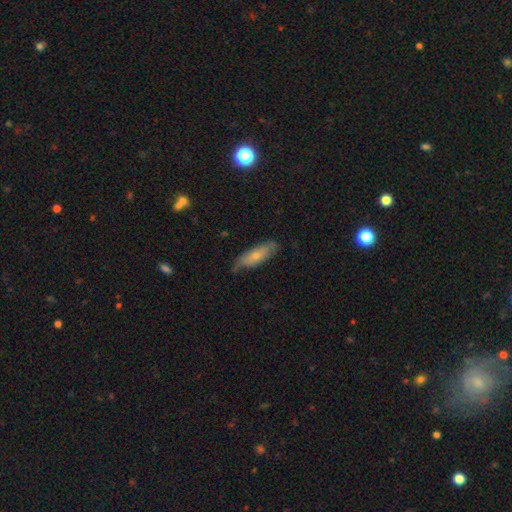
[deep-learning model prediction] Smooth or featured: smooth — 63% (featured or disk — 31%)
How rounded: in between — 52% (cigar-shaped — 46%)
Merging: none — 65% (minor disturbance — 28%)